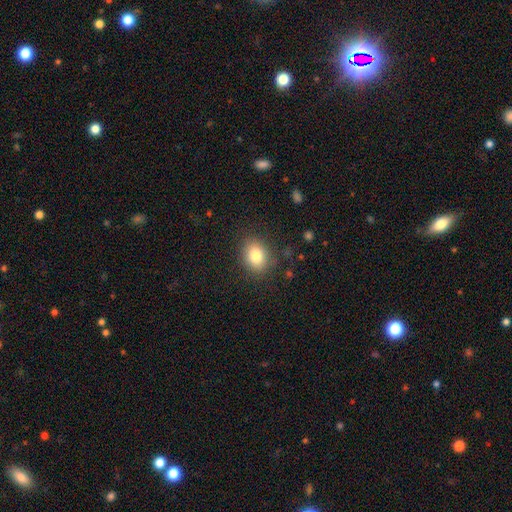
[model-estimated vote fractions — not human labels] Smooth or featured?
  - smooth: 81% *
  - star or artifact: 10%
  - featured or disk: 9%
How rounded?
  - in between: 55% *
  - round: 44%
  - cigar-shaped: 1%
Merging?
  - none: 85% *
  - minor disturbance: 10%
  - major disturbance: 3%
  - merger: 1%